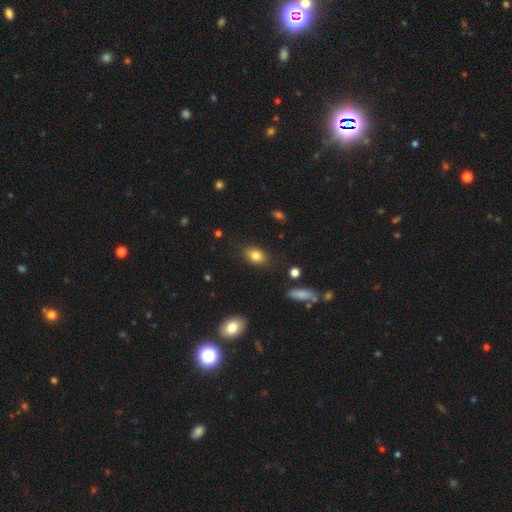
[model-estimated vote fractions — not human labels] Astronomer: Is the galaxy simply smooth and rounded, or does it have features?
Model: smooth — 82%.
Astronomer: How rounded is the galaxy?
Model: in between — 78%.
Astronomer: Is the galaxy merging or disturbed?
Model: none — 84%.